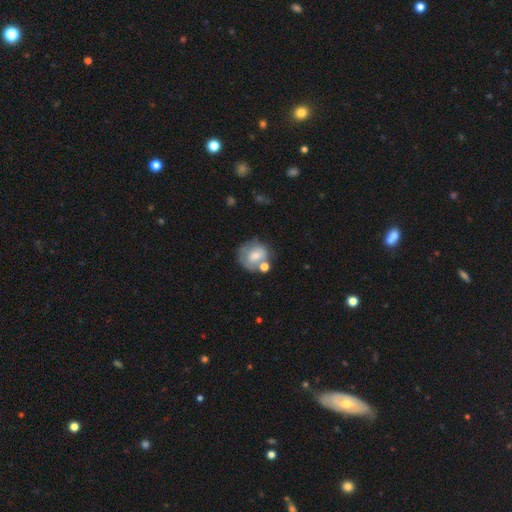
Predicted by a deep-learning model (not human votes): This appears to be a smooth galaxy with no disk features (59%) that is round (71%). Merging: none (46%).